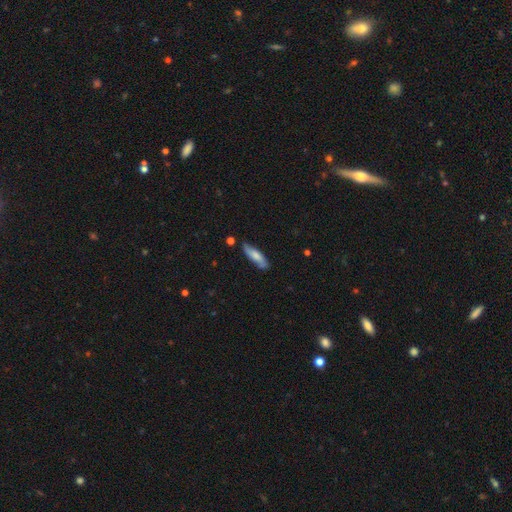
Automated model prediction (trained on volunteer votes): Smooth or featured? smooth (70%)
How rounded? cigar-shaped (64%)
Merging? none (77%)